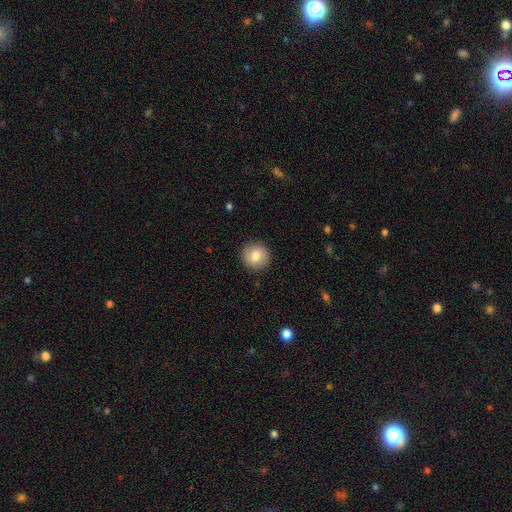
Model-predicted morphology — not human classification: smooth_or_featured: smooth (p=0.78) [alt: featured or disk p=0.14]
how_rounded: round (p=0.93) [alt: in between p=0.06]
merging: none (p=0.90) [alt: minor disturbance p=0.07]